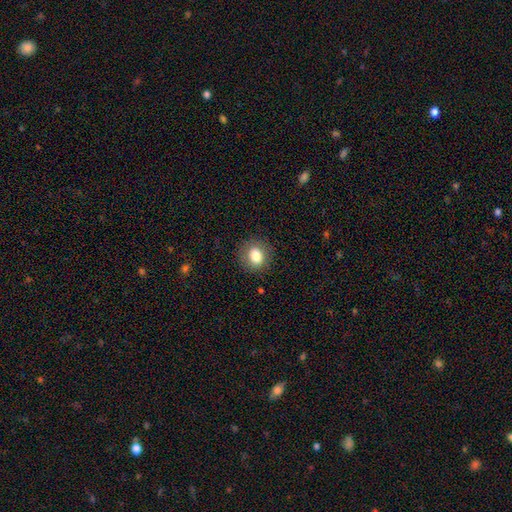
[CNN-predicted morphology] Smooth or featured: smooth — 82% (star or artifact — 10%)
How rounded: round — 71% (in between — 28%)
Merging: none — 87% (minor disturbance — 9%)